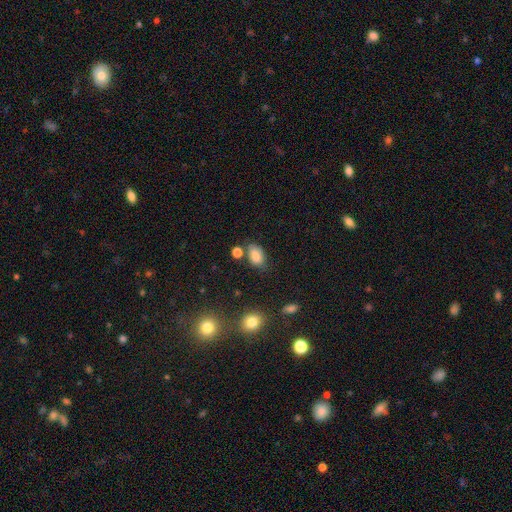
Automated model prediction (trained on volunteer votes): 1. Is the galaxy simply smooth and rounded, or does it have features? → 82% smooth, 10% star or artifact, 8% featured or disk.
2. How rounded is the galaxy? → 87% in between, 11% round, 1% cigar-shaped.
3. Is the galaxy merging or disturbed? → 64% none, 20% minor disturbance, 10% merger, 6% major disturbance.